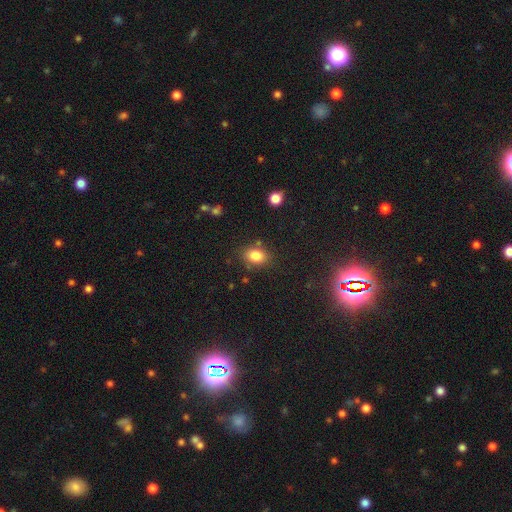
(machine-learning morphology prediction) A smooth galaxy with no disk features (83%) that is in between round and cigar-shaped (68%).

Vote fractions:
- Smooth or featured? smooth: 83% / star or artifact: 10% / featured or disk: 7%
- How rounded? in between: 68% / round: 31% / cigar-shaped: 1%
- Merging? none: 77% / minor disturbance: 14% / merger: 5% / major disturbance: 4%